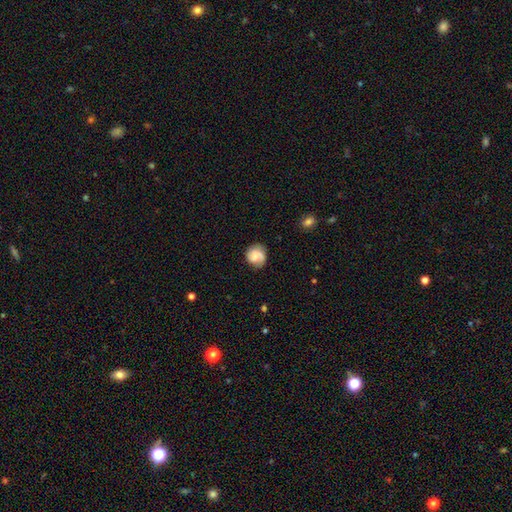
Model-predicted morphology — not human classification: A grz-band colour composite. It shows a smooth galaxy with no disk features (54%) that is round (81%). Merging: none (66%).